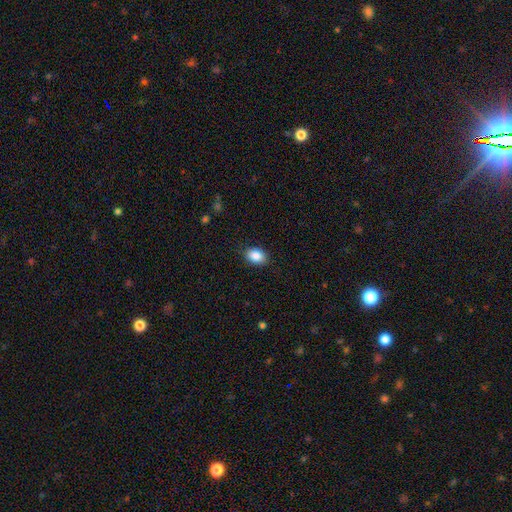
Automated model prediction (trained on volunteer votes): Smooth or featured?
  - smooth: 87% *
  - star or artifact: 8%
  - featured or disk: 5%
How rounded?
  - in between: 73% *
  - round: 26%
  - cigar-shaped: 1%
Merging?
  - none: 88% *
  - minor disturbance: 9%
  - major disturbance: 2%
  - merger: 1%